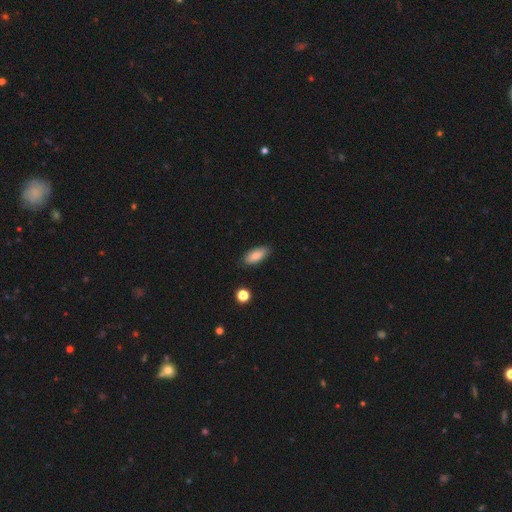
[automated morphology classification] This is clearly a smooth galaxy (86%). How rounded: clearly in between (86%). Merging: clearly none (86%).